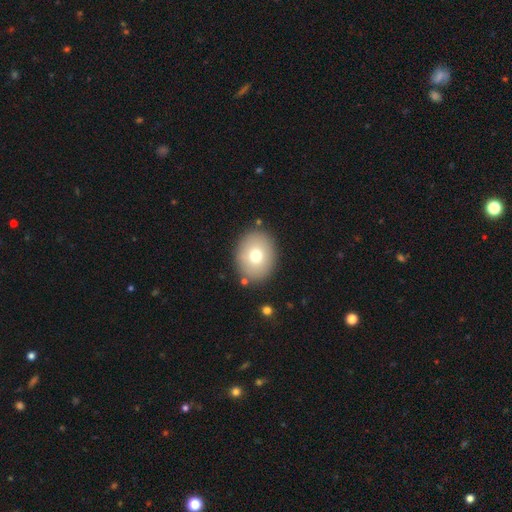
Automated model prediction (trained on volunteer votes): Smooth or featured?
  - smooth: 74% *
  - featured or disk: 17%
  - star or artifact: 10%
How rounded?
  - round: 50% *
  - in between: 49%
  - cigar-shaped: 1%
Merging?
  - none: 86% *
  - minor disturbance: 9%
  - major disturbance: 3%
  - merger: 2%